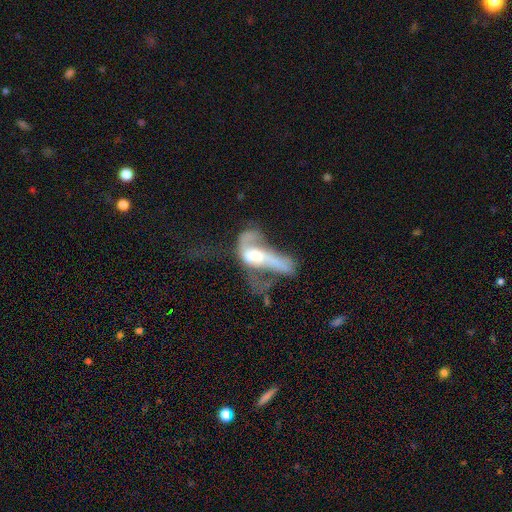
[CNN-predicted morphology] Smooth or featured?
  - featured or disk: 59% *
  - smooth: 32%
  - star or artifact: 9%
Edge-on disk?
  - no: 86% *
  - yes: 14%
Bar?
  - no: 68% *
  - weak: 22%
  - strong: 10%
Spiral arms?
  - no: 67% *
  - yes: 33%
Bulge size?
  - moderate: 52% *
  - large: 26%
  - small: 13%
  - none: 7%
  - dominant: 3%
Merging?
  - major disturbance: 53% *
  - merger: 26%
  - none: 11%
  - minor disturbance: 10%